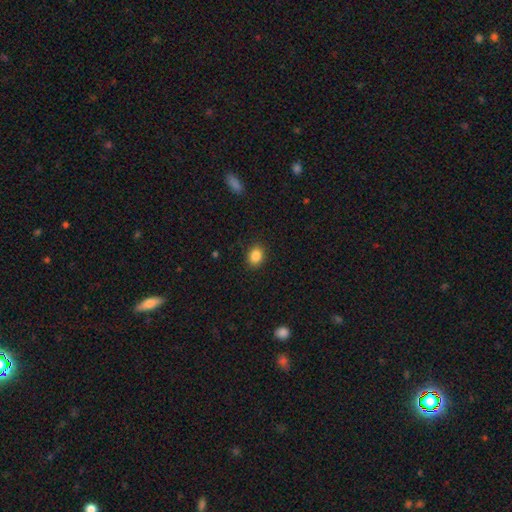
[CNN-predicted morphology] The model was most divided on "how rounded": in between: 55%, round: 44%, cigar-shaped: 1%. More confident: merging — none (88%); smooth or featured — smooth (86%).